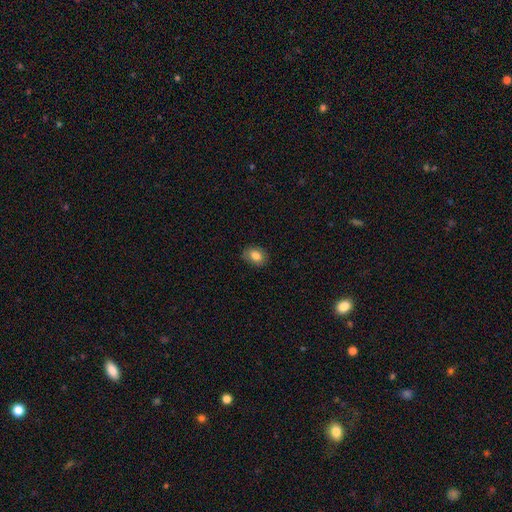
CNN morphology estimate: type=smooth (84%); roundness=in between (68%); merging=none (83%).